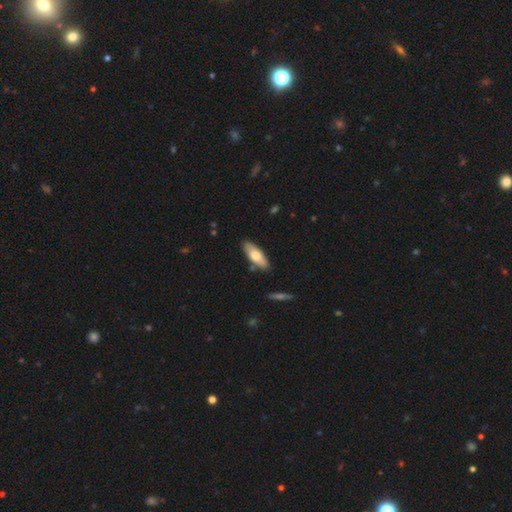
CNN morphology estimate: A smooth galaxy with no disk features (67%) that is in between round and cigar-shaped (69%).

Vote fractions:
- Smooth or featured? smooth: 67% / featured or disk: 28% / star or artifact: 6%
- How rounded? in between: 69% / cigar-shaped: 29% / round: 2%
- Merging? none: 83% / minor disturbance: 12% / merger: 3% / major disturbance: 2%